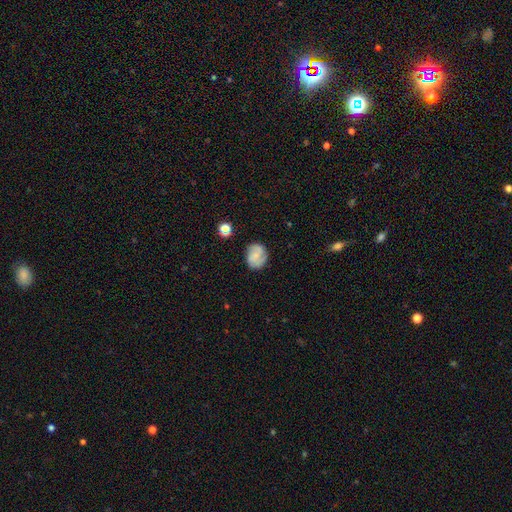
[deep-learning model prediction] smooth_or_featured: smooth (p=0.47) [alt: featured or disk p=0.43]
merging: none (p=0.75) [alt: minor disturbance p=0.18]